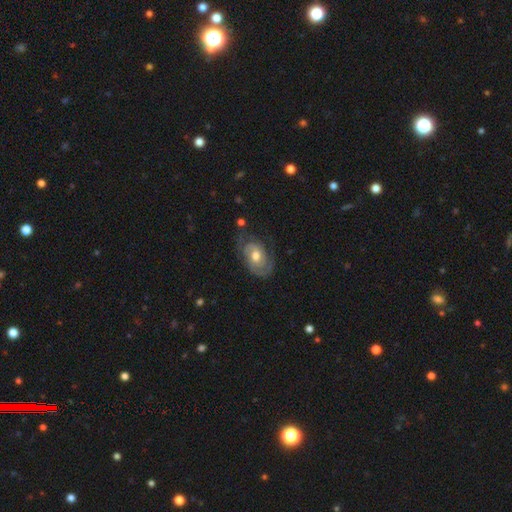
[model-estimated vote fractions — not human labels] Smooth or featured? Predicted: featured or disk (p=0.79). Edge-on disk? Predicted: no (p=0.96). Bar? Predicted: no (p=0.63). Spiral arms? Predicted: yes (p=0.90). Spiral winding? Predicted: tight (p=0.58). Spiral arm count? Predicted: 2 (p=0.68). Bulge size? Predicted: moderate (p=0.75). Merging? Predicted: none (p=0.68).